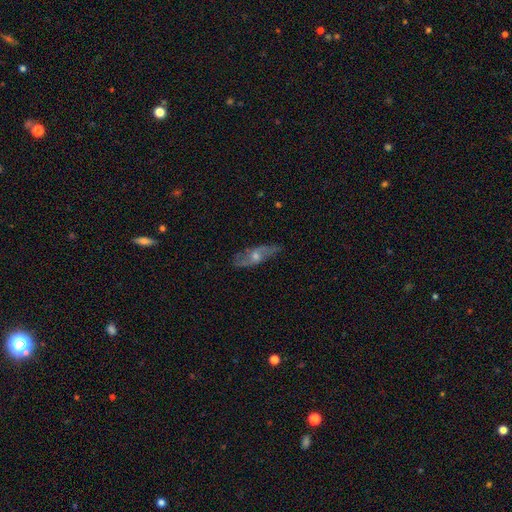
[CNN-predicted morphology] Smooth or featured: featured or disk — 69% (smooth — 23%)
Edge-on disk: no — 70% (yes — 30%)
Merging: none — 77% (minor disturbance — 17%)